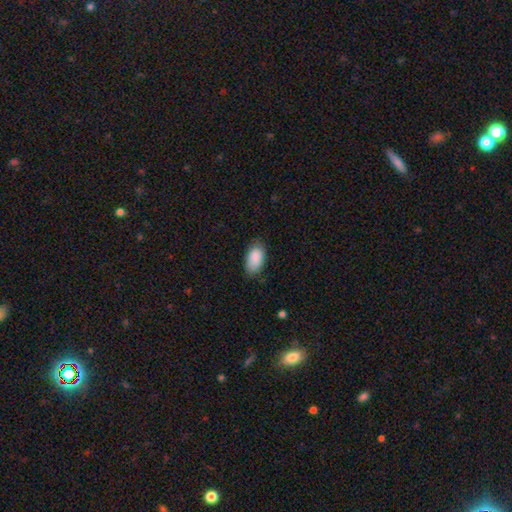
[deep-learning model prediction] This appears to be a smooth galaxy with no disk features (89%) that is in between round and cigar-shaped (94%). Merging: none (77%).